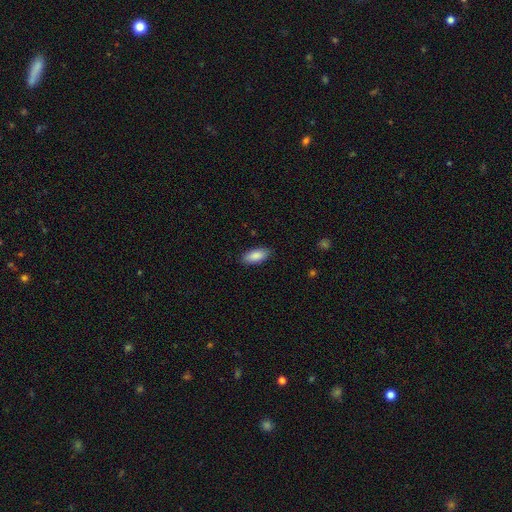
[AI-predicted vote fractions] Smooth or featured? smooth (88%)
How rounded? in between (88%)
Merging? none (87%)